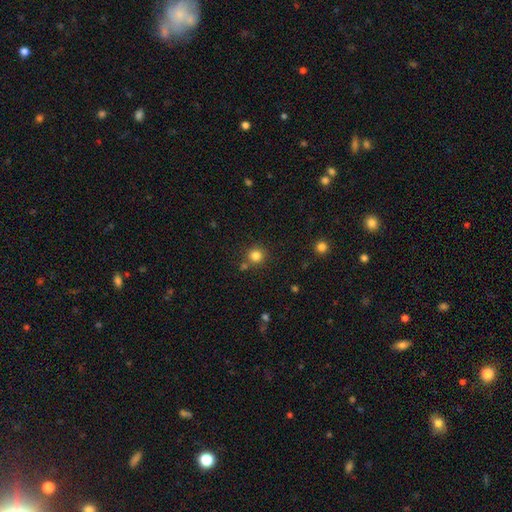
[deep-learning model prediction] A smooth galaxy with no disk features (82%) that is round (93%). Merging: none (79%).